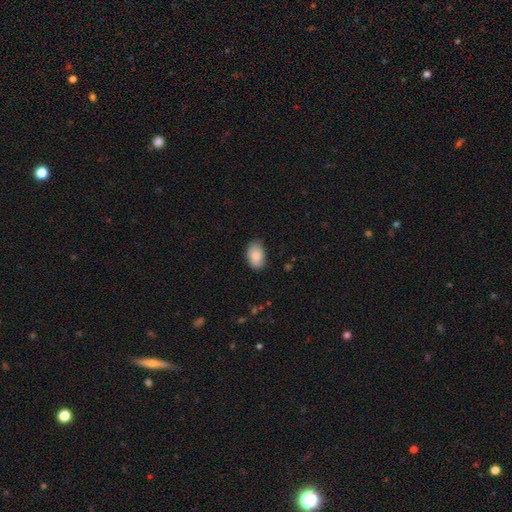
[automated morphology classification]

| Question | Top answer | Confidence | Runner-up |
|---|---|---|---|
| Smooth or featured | smooth | 85% | featured or disk (9%) |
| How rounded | in between | 88% | round (11%) |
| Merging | none | 73% | minor disturbance (22%) |